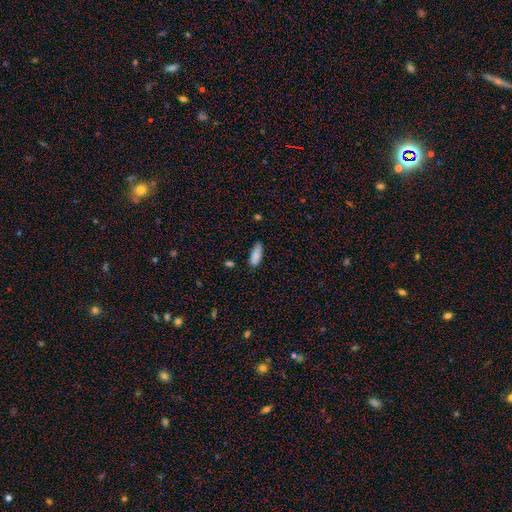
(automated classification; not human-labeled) A smooth galaxy with no disk features (86%) that is in between round and cigar-shaped (69%). Merging: none (68%).